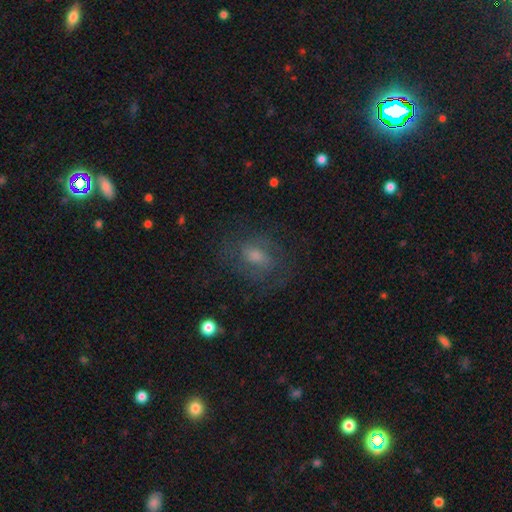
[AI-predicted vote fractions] Morphology: type=featured or disk (45%); merging=none (65%).